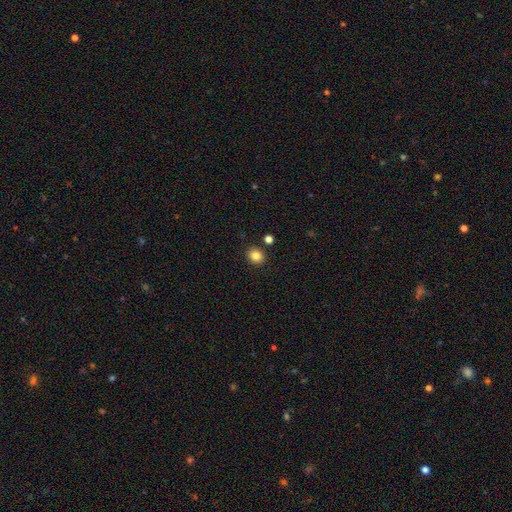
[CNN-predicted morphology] Smooth or featured? Predicted: smooth (p=0.85). How rounded? Predicted: round (p=0.65). Merging? Predicted: none (p=0.87).